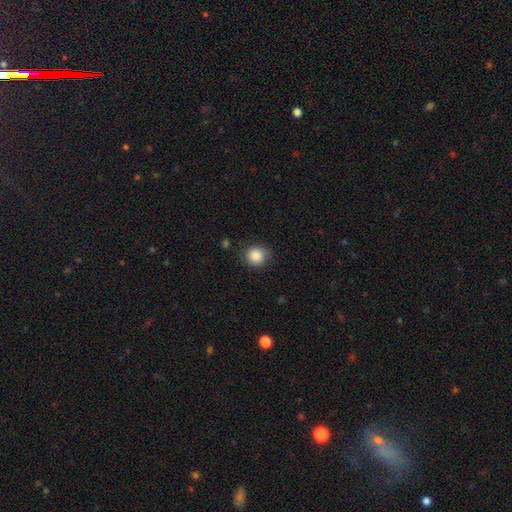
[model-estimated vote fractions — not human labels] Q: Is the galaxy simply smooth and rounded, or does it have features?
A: smooth — 86%.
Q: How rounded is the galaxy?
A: round — 84%.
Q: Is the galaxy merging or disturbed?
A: none — 84%.